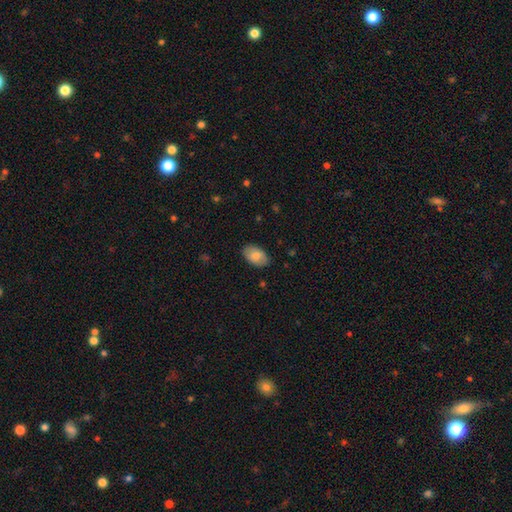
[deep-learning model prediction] smooth-or-featured: smooth: 78% | featured or disk: 16% | star or artifact: 6%
  how-rounded: in between: 92% | round: 7% | cigar-shaped: 1%
  merging: none: 85% | minor disturbance: 12% | major disturbance: 2% | merger: 1%